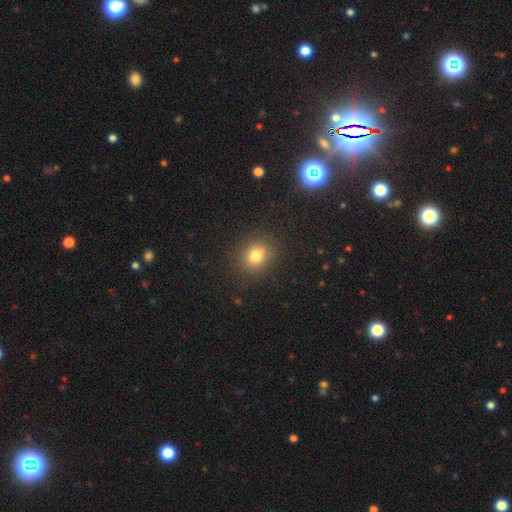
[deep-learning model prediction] smooth-or-featured: smooth: 77% | star or artifact: 15% | featured or disk: 9%
  how-rounded: round: 68% | in between: 31% | cigar-shaped: 1%
  merging: none: 81% | minor disturbance: 11% | major disturbance: 4% | merger: 4%